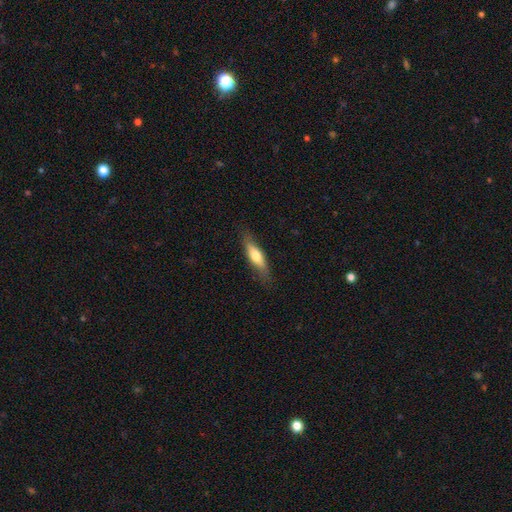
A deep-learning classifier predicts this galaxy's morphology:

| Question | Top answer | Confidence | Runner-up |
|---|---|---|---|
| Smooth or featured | smooth | 60% | featured or disk (34%) |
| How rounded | cigar-shaped | 57% | in between (40%) |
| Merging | none | 79% | minor disturbance (16%) |